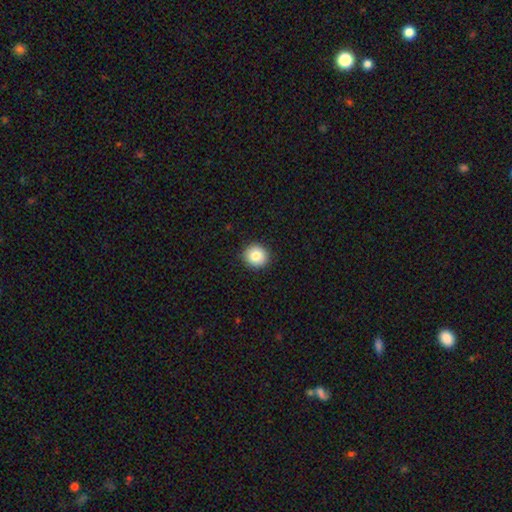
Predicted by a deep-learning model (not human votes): Morphology: type=smooth (84%); roundness=round (92%); merging=none (92%).